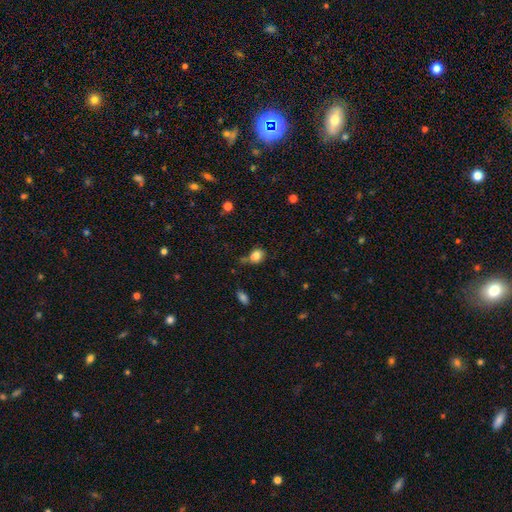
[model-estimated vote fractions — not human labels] Smooth or featured? Predicted: smooth (p=0.81). How rounded? Predicted: in between (p=0.50). Merging? Predicted: none (p=0.46).